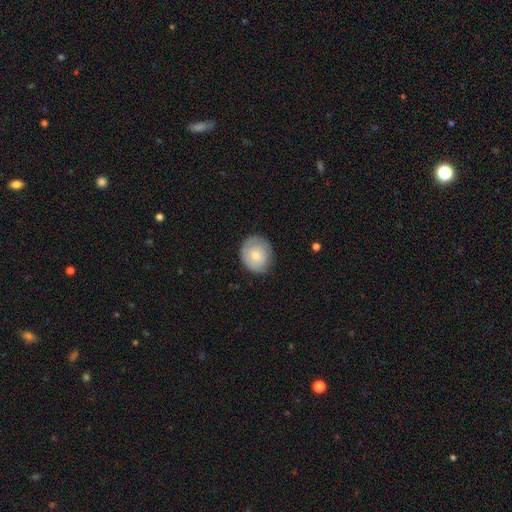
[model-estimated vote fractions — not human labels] Morphology: type=smooth (71%); roundness=round (75%); merging=none (76%).